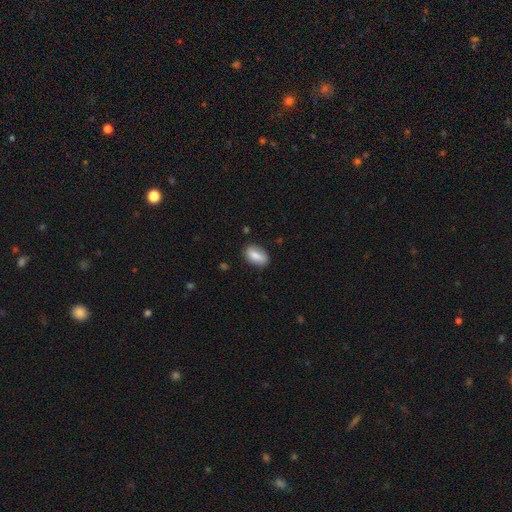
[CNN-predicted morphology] A smooth galaxy with no disk features (82%) that is in between round and cigar-shaped (90%). Merging: none (80%).